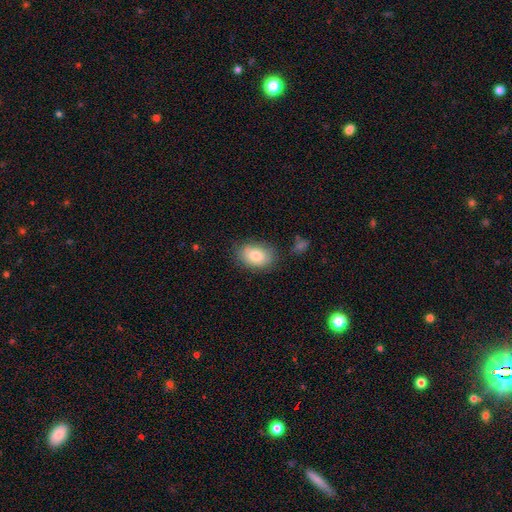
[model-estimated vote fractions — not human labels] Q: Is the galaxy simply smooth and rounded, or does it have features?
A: smooth — 83%.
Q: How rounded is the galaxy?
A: in between — 83%.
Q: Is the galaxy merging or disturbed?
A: none — 78%.